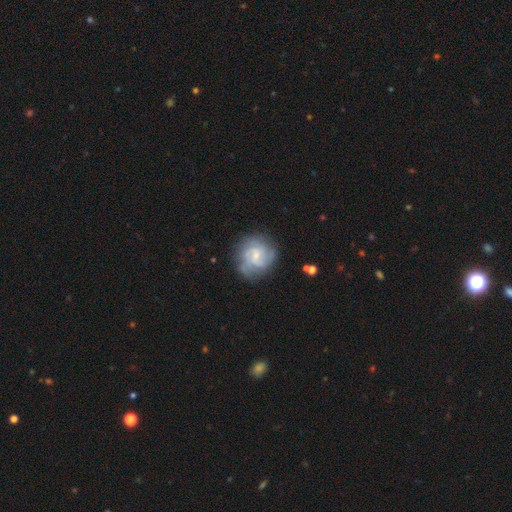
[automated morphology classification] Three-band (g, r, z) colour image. It shows a featured or disk galaxy (69%) with no bar (49%), medium (43%) spiral arms (88%) and a small central bulge (65%). Merging: none (70%).